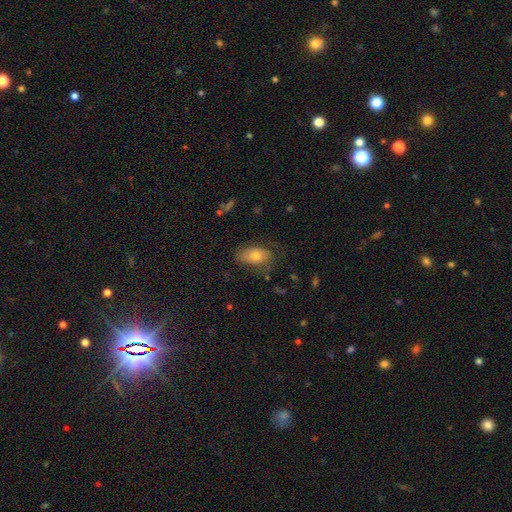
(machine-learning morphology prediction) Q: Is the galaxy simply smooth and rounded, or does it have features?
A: smooth — 70%.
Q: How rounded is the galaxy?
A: in between — 89%.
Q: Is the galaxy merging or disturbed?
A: none — 63%.